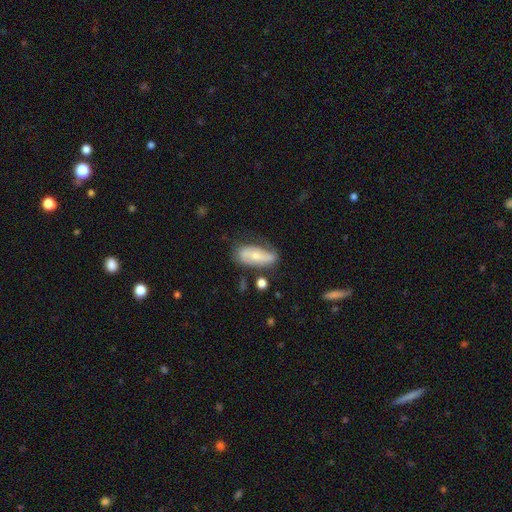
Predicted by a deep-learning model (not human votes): A featured or disk galaxy (50%).

Vote fractions:
- Smooth or featured? featured or disk: 50% / smooth: 44% / star or artifact: 7%
- Merging? none: 61% / minor disturbance: 26% / major disturbance: 9% / merger: 5%